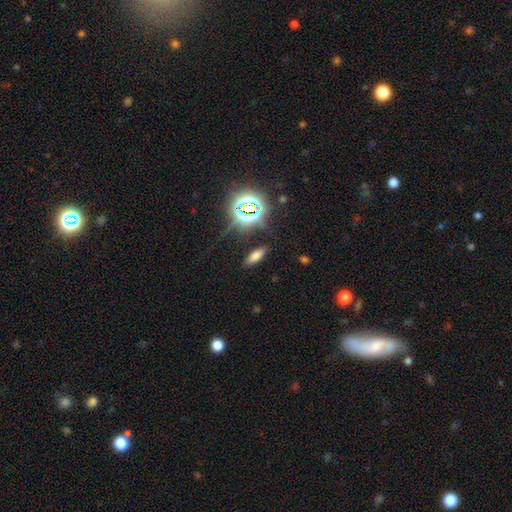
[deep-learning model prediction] The model was most divided on "how rounded": in between: 60%, cigar-shaped: 35%, round: 5%. More confident: merging — none (86%); smooth or featured — smooth (62%).